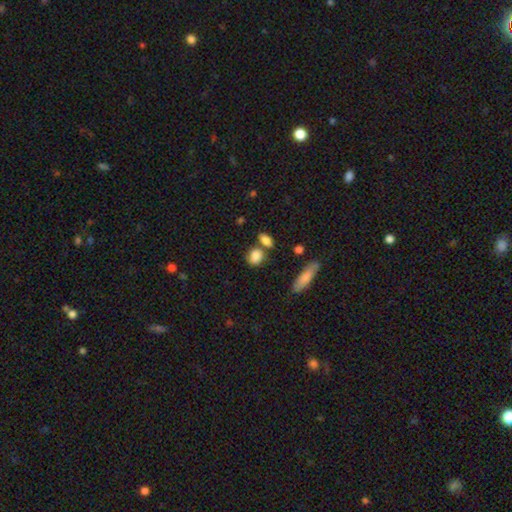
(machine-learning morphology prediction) Smooth or featured? smooth (84%)
How rounded? in between (49%)
Merging? none (56%)